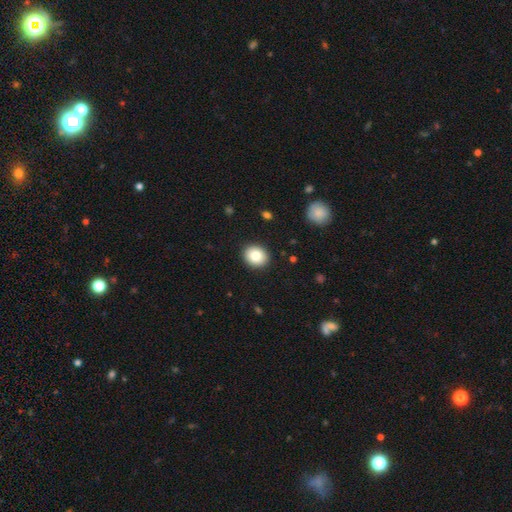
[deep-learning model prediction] Smooth or featured: smooth — 83% (featured or disk — 9%)
How rounded: round — 64% (in between — 35%)
Merging: none — 91% (minor disturbance — 6%)